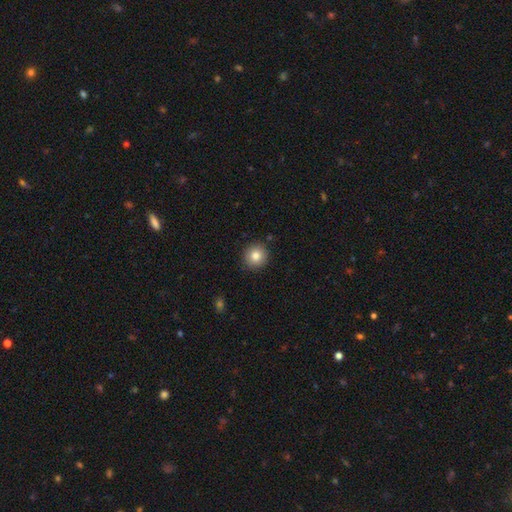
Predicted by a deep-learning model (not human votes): Morphology: type=smooth (82%); roundness=round (94%); merging=none (91%).